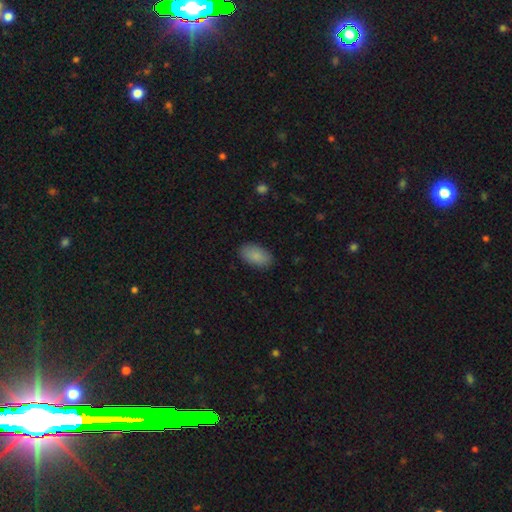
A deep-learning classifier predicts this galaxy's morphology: smooth 88%, star or artifact 7%, featured or disk 5%. Down the decision tree: how rounded — in between (94%); merging — none (87%).